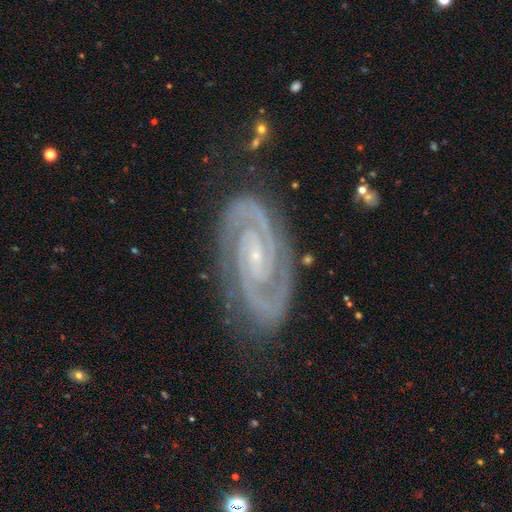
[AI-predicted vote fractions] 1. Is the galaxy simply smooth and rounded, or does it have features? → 92% featured or disk, 5% star or artifact, 3% smooth.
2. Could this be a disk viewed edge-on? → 97% no, 3% yes.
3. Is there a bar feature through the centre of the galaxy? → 51% no, 32% weak, 17% strong.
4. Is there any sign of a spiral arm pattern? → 99% yes, 1% no.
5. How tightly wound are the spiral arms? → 66% tight, 30% medium, 4% loose.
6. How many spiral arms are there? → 90% 2, 4% 3, 2% can't tell, 1% 4, 1% 1, 1% more than 4.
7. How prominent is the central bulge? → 84% small, 11% moderate, 3% none, 1% large, 1% dominant.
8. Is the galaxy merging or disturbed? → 81% none, 14% minor disturbance, 4% major disturbance, 1% merger.